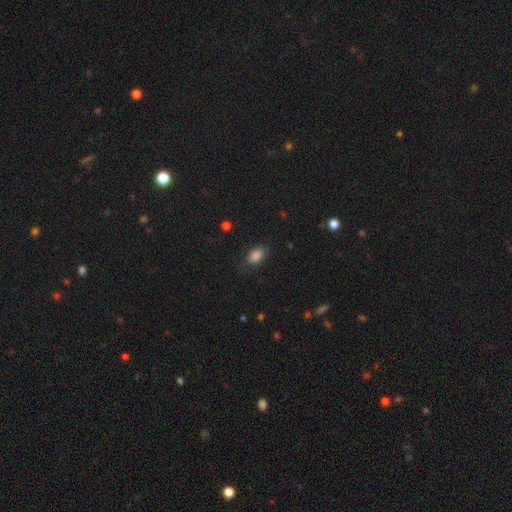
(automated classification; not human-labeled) smooth 84%, star or artifact 10%, featured or disk 6%. Down the decision tree: how rounded — in between (88%); merging — none (76%).